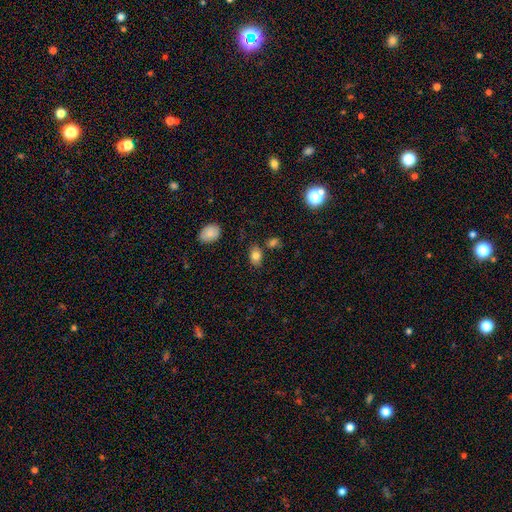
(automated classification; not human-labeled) smooth-or-featured: smooth: 81% | star or artifact: 10% | featured or disk: 9%
  how-rounded: in between: 78% | round: 21% | cigar-shaped: 1%
  merging: none: 74% | minor disturbance: 14% | merger: 8% | major disturbance: 4%